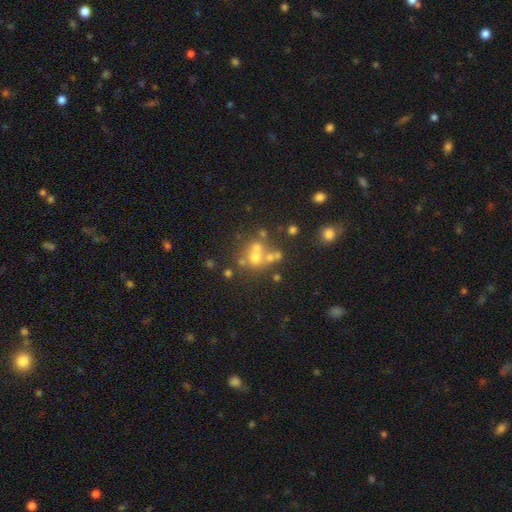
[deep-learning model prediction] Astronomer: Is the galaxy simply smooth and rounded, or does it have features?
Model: smooth — 47% (runner-up: featured or disk, 29%).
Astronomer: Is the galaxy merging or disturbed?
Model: none — 43% (runner-up: merger, 41%).